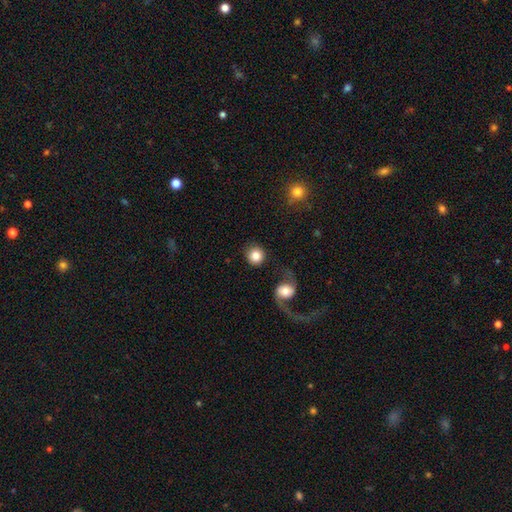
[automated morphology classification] Overall: smooth (82%). How rounded: round (93%). Merging: none (80%).